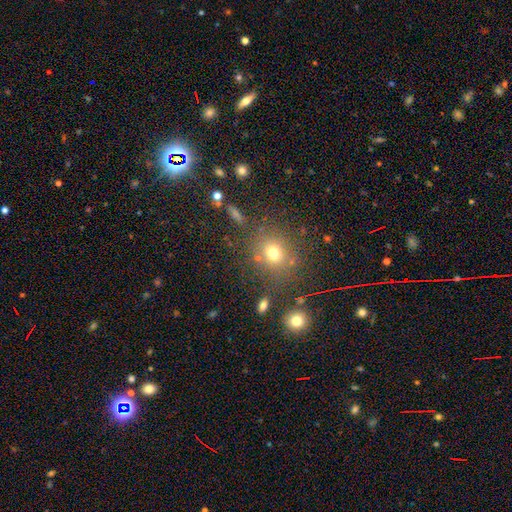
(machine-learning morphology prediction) smooth_or_featured: smooth (p=0.46) [alt: star or artifact p=0.45]
merging: none (p=0.82) [alt: minor disturbance p=0.08]